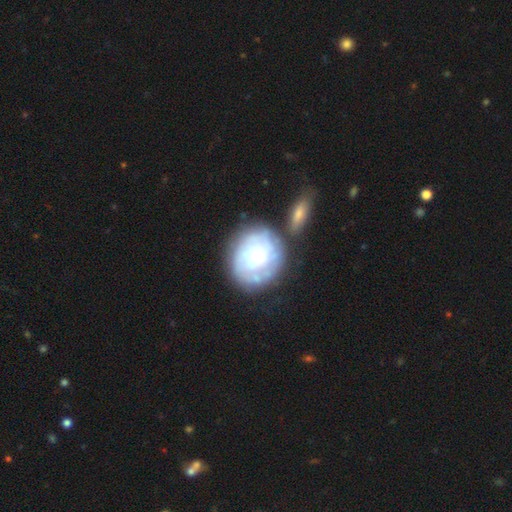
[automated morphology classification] A featured or disk galaxy (51%). Merging: none (53%).